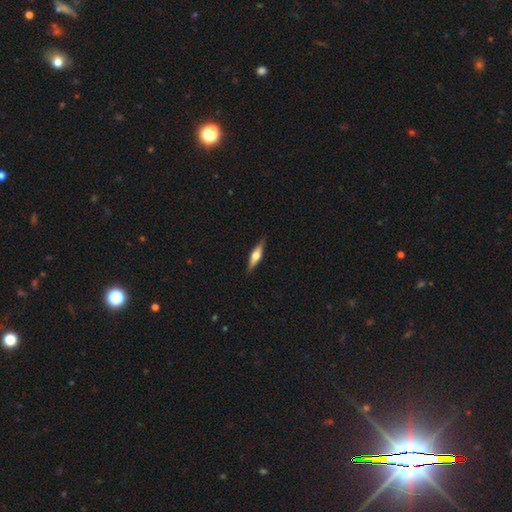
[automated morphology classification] A featured or disk galaxy (56%) viewed edge-on (95%) with a rounded central bulge (90%).

Vote fractions:
- Smooth or featured? featured or disk: 56% / smooth: 38% / star or artifact: 6%
- Edge-on disk? yes: 95% / no: 5%
- Edge-on bulge? rounded: 90% / boxy: 7% / none: 3%
- Merging? none: 88% / minor disturbance: 9% / major disturbance: 2% / merger: 1%